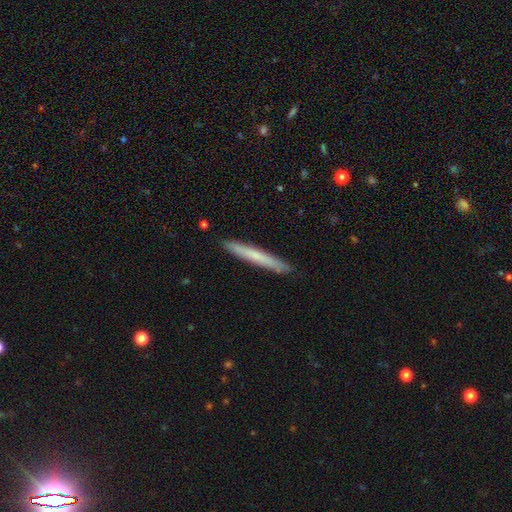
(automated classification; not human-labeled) This appears to be a smooth galaxy with no disk features (62%) that is cigar-shaped (97%). Merging: none (92%).